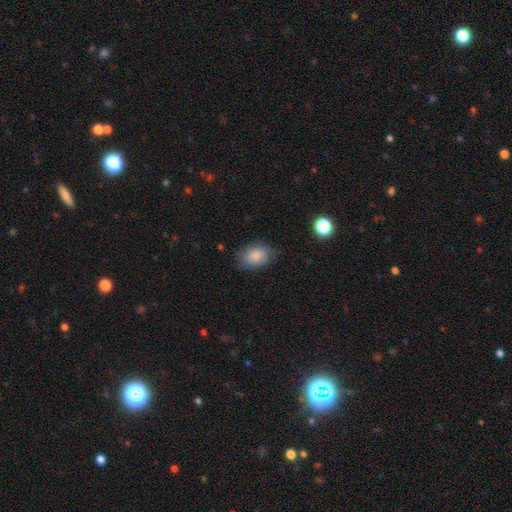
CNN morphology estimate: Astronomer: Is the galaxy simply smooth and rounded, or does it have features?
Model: smooth — 80%.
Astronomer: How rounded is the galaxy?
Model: in between — 76%.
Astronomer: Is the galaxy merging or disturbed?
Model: none — 74%.